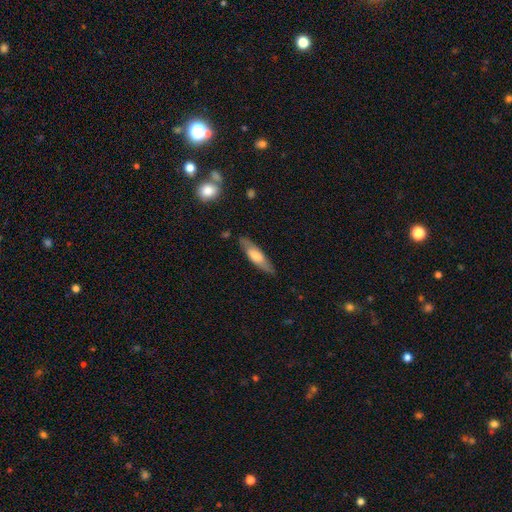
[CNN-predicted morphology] smooth 57%, featured or disk 37%, star or artifact 6%. Down the decision tree: how rounded — cigar-shaped (61%); merging — none (82%).